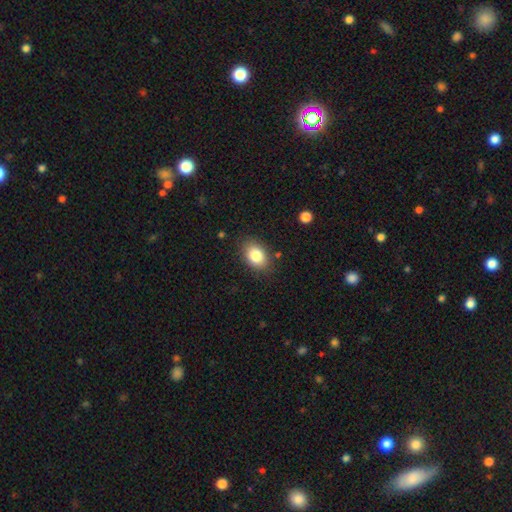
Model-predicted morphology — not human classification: smooth-or-featured: smooth: 83% | featured or disk: 9% | star or artifact: 8%
  how-rounded: in between: 79% | round: 20% | cigar-shaped: 1%
  merging: none: 84% | minor disturbance: 12% | major disturbance: 3% | merger: 2%